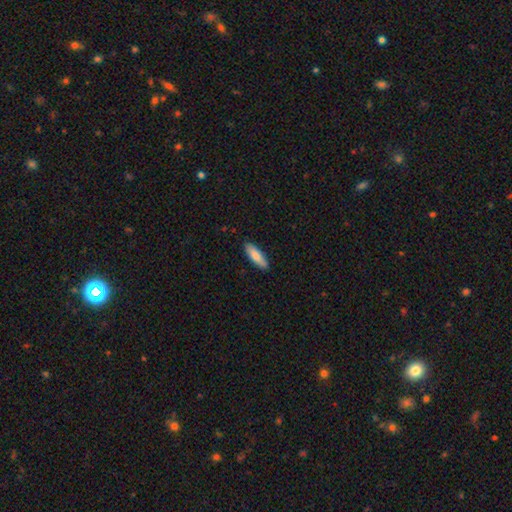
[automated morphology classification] This is clearly a smooth galaxy (81%). How rounded: possibly cigar-shaped (50%). Merging: clearly none (89%).